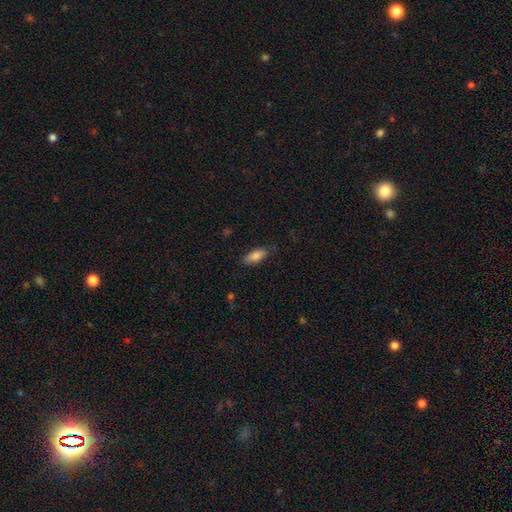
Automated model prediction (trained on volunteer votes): Smooth or featured: smooth — 84% (featured or disk — 9%)
How rounded: in between — 84% (cigar-shaped — 13%)
Merging: none — 78% (minor disturbance — 17%)